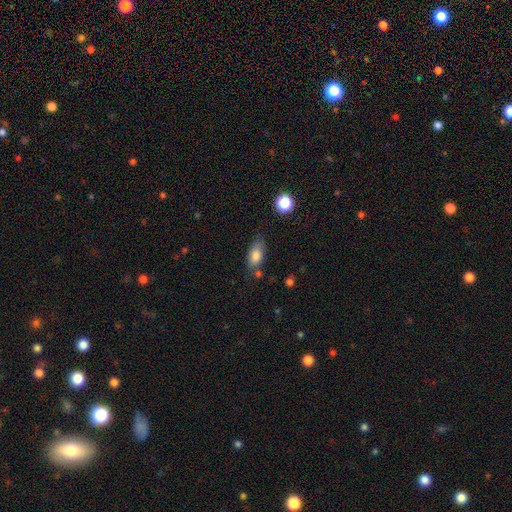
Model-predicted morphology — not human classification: This is clearly a smooth galaxy (81%). How rounded: clearly in between (85%). Merging: likely none (64%).